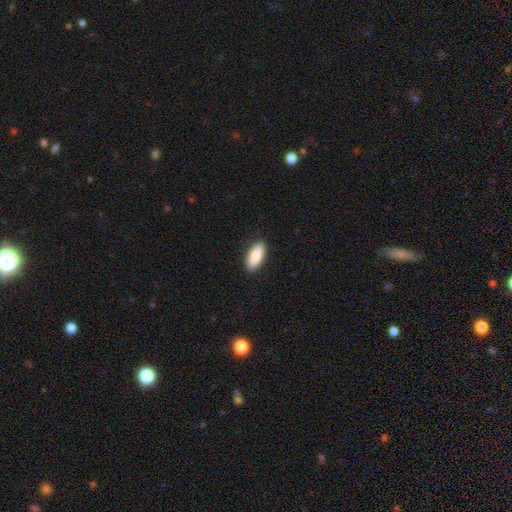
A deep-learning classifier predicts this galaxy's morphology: The model was most divided on "how rounded": in between: 84%, cigar-shaped: 14%, round: 2%. More confident: merging — none (89%); smooth or featured — smooth (89%).